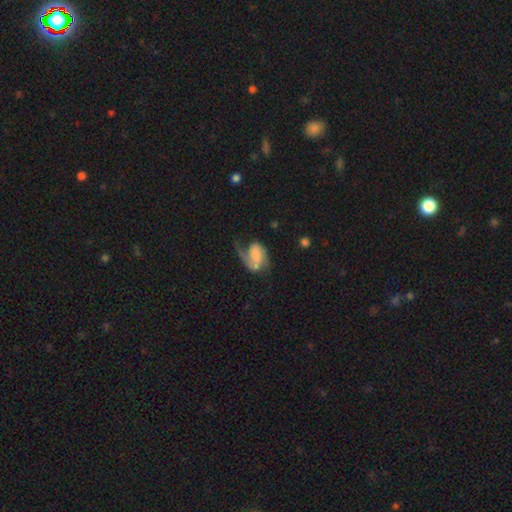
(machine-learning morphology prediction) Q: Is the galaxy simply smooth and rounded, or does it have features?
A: featured or disk — 67%.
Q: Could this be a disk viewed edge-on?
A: no — 97%.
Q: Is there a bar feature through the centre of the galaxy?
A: no — 40%.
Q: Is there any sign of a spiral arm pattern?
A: yes — 90%.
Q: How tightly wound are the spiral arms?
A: loose — 46%.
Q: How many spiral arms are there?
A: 2 — 49%.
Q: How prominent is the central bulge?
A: none — 35%.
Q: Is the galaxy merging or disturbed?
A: major disturbance — 38%.